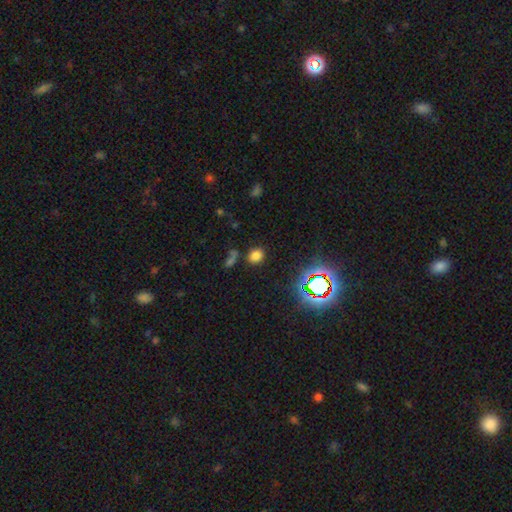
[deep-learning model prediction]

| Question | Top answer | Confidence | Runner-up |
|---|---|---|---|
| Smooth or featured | smooth | 72% | star or artifact (22%) |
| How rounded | round | 67% | in between (31%) |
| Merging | none | 81% | minor disturbance (9%) |